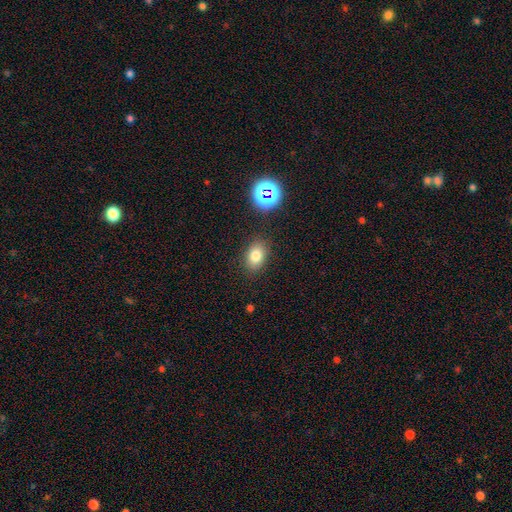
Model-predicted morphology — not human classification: Smooth or featured? Predicted: smooth (p=0.78). How rounded? Predicted: in between (p=0.79). Merging? Predicted: none (p=0.85).